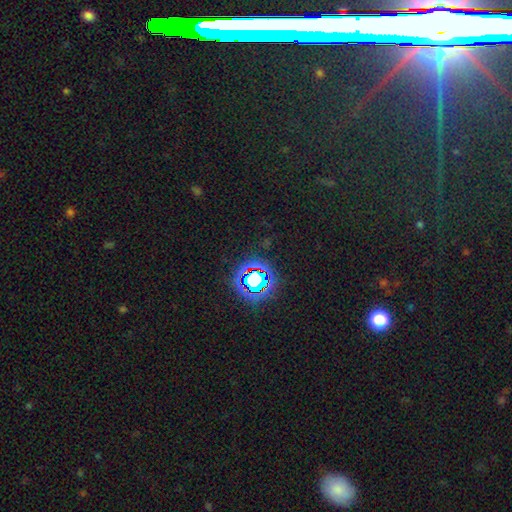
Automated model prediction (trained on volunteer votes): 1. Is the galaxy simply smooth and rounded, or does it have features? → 80% star or artifact, 13% smooth, 7% featured or disk.